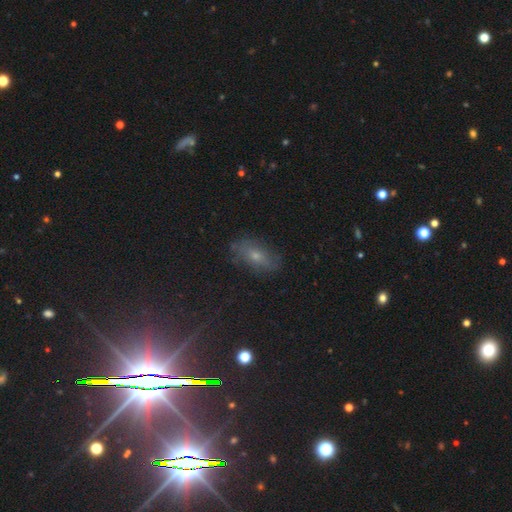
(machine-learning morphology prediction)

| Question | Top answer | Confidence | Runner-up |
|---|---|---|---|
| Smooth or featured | smooth | 46% | featured or disk (34%) |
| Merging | none | 76% | minor disturbance (17%) |